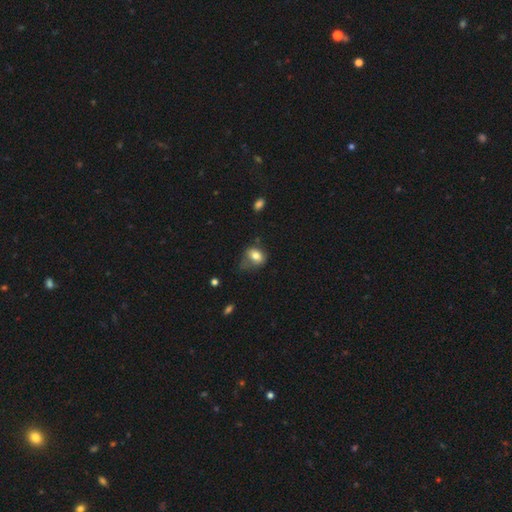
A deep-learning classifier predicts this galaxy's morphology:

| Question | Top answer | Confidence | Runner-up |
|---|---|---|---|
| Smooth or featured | smooth | 76% | featured or disk (15%) |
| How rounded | in between | 63% | round (35%) |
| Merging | none | 36% | minor disturbance (35%) |